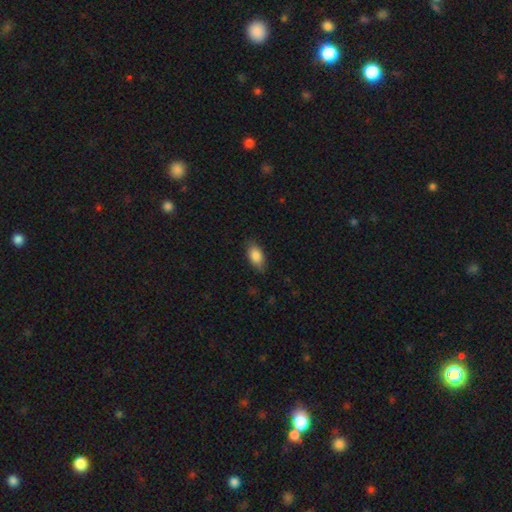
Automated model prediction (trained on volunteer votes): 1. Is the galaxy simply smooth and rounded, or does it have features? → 85% smooth, 8% featured or disk, 7% star or artifact.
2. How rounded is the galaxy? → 91% in between, 5% cigar-shaped, 4% round.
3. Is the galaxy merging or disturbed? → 82% none, 14% minor disturbance, 3% major disturbance, 1% merger.